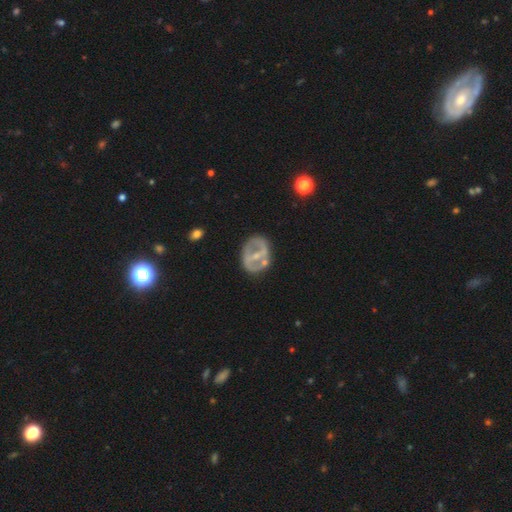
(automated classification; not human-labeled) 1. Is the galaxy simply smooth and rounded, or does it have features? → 73% featured or disk, 21% smooth, 6% star or artifact.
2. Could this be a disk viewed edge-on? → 94% no, 6% yes.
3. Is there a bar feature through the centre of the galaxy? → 47% strong, 30% weak, 23% no.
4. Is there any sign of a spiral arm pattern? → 65% no, 35% yes.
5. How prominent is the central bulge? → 60% small, 34% moderate, 4% none, 1% large, 1% dominant.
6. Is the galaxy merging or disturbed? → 69% none, 17% minor disturbance, 8% major disturbance, 6% merger.